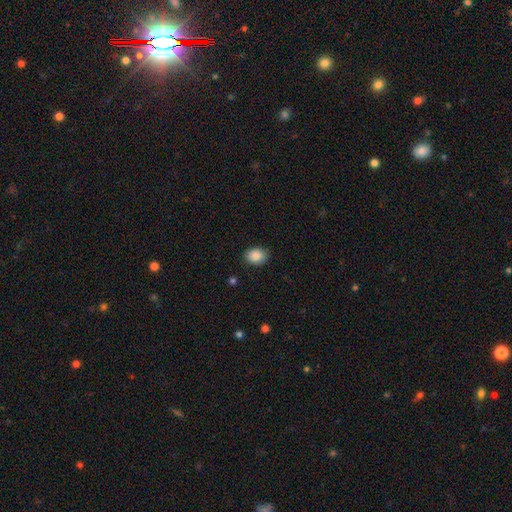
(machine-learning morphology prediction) The model was most divided on "how rounded": in between: 64%, round: 35%, cigar-shaped: 1%. More confident: smooth or featured — smooth (89%); merging — none (85%).